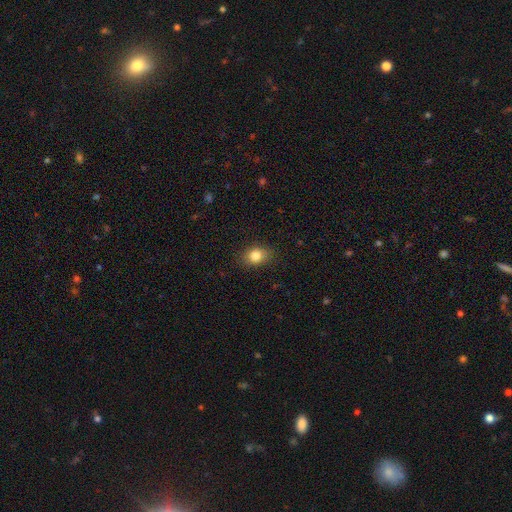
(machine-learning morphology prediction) Smooth or featured? smooth (84%)
How rounded? in between (57%)
Merging? none (83%)